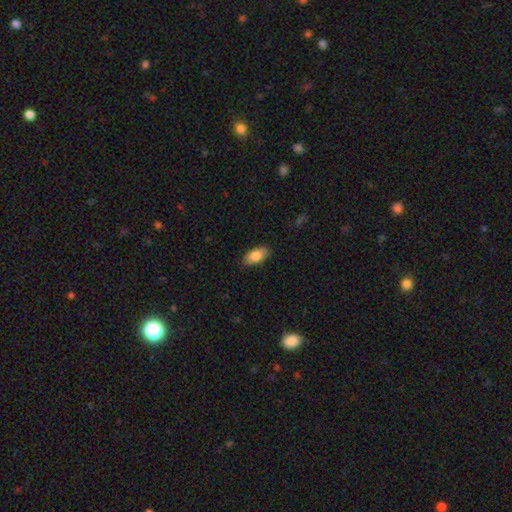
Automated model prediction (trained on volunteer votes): Morphology: type=smooth (83%); roundness=in between (91%); merging=none (85%).